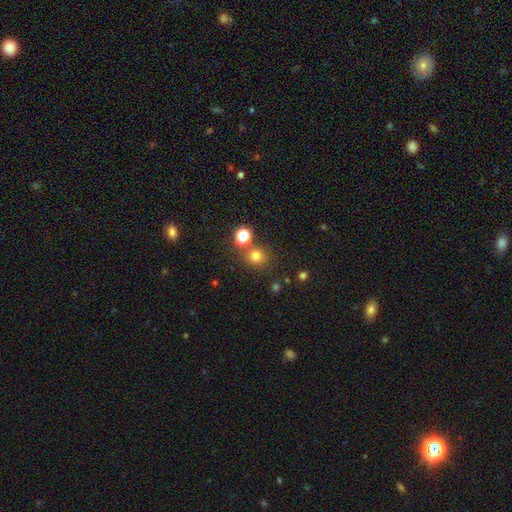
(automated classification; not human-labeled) A smooth galaxy with no disk features (75%) that is round (88%). Merging: none (75%).